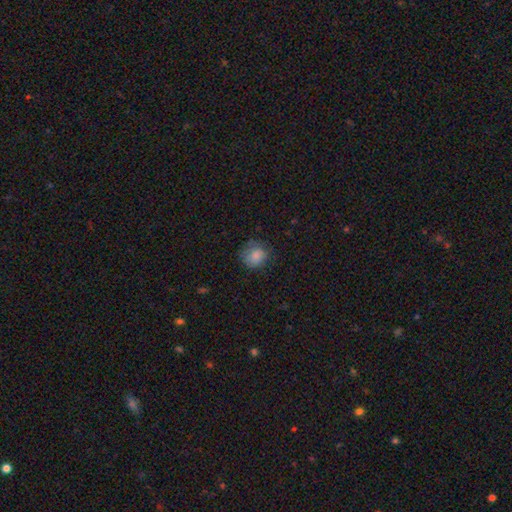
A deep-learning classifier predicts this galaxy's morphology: This appears to be a smooth galaxy with no disk features (82%) that is round (80%). Merging: none (66%).